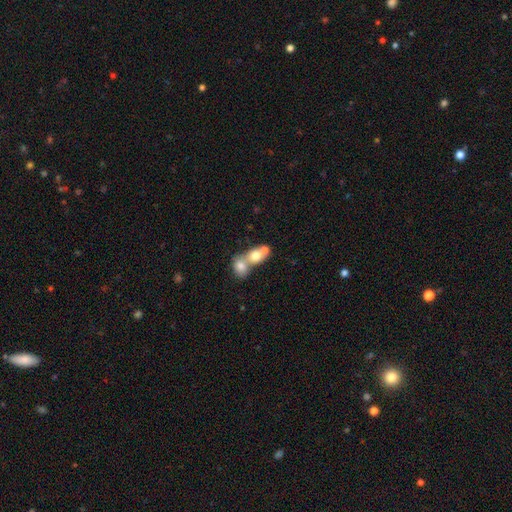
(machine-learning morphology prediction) A smooth galaxy with no disk features (70%) that is round (53%).

Vote fractions:
- Smooth or featured? smooth: 70% / featured or disk: 20% / star or artifact: 9%
- How rounded? round: 53% / in between: 45% / cigar-shaped: 2%
- Merging? merger: 75% / none: 17% / minor disturbance: 5% / major disturbance: 3%